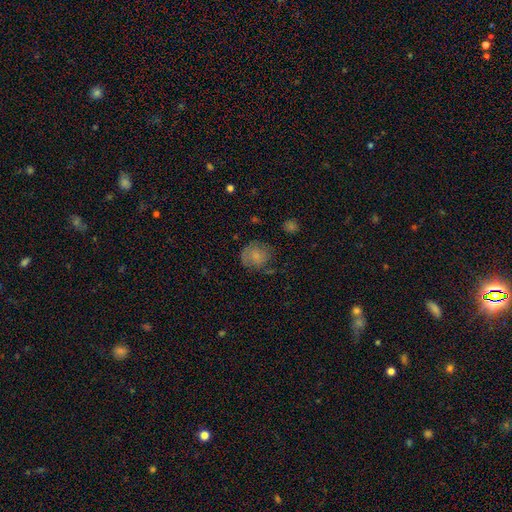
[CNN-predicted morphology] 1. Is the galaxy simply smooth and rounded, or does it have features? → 72% smooth, 17% featured or disk, 10% star or artifact.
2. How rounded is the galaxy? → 80% round, 19% in between, 1% cigar-shaped.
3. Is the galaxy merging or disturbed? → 60% none, 25% minor disturbance, 12% major disturbance, 3% merger.